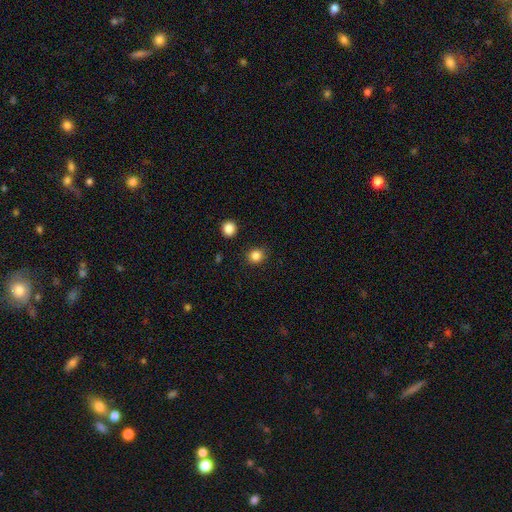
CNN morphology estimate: type=smooth (85%); roundness=round (81%); merging=none (89%).